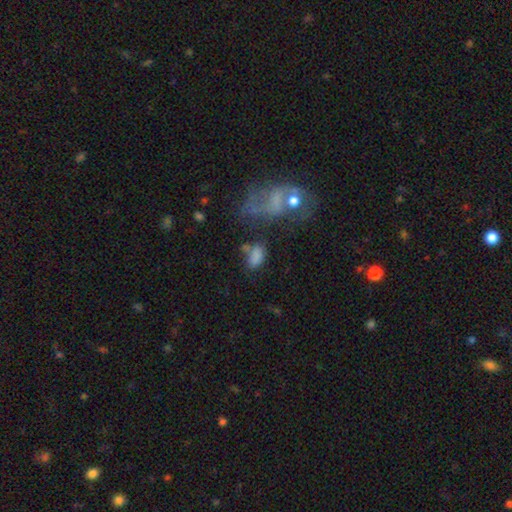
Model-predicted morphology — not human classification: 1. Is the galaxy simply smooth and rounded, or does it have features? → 73% smooth, 14% featured or disk, 13% star or artifact.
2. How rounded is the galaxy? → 88% in between, 8% round, 3% cigar-shaped.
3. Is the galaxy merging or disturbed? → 40% none, 22% minor disturbance, 21% merger, 17% major disturbance.